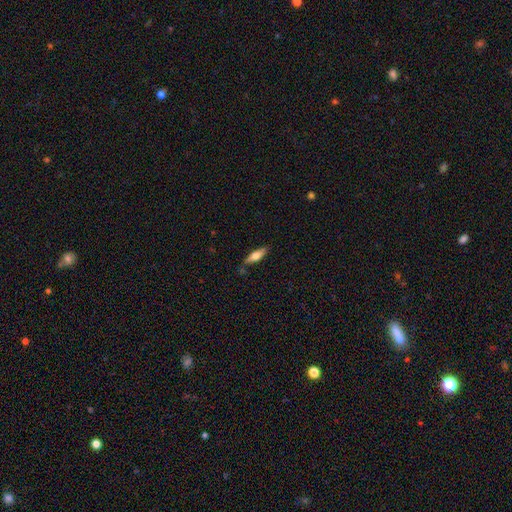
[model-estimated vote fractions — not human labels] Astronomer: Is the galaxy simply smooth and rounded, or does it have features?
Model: smooth — 60%.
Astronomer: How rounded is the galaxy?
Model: cigar-shaped — 52% (runner-up: in between, 46%).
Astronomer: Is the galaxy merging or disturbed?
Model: none — 79%.